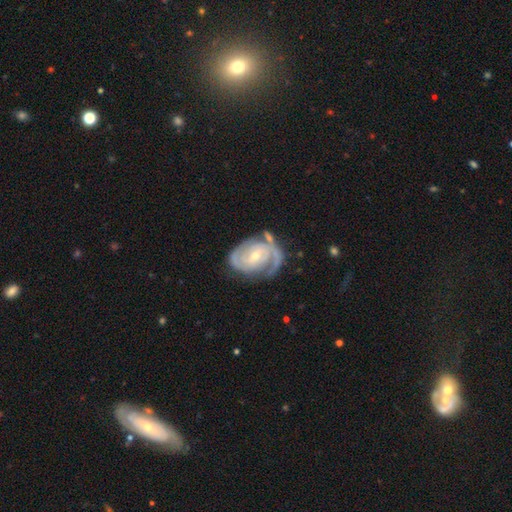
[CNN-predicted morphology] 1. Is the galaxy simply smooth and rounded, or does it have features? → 88% featured or disk, 8% smooth, 5% star or artifact.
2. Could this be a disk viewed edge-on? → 97% no, 3% yes.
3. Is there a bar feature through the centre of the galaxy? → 50% no, 37% weak, 13% strong.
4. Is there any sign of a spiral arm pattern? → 96% yes, 4% no.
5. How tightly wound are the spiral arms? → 56% tight, 36% medium, 8% loose.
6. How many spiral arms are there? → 71% 2, 11% can't tell, 9% 3, 5% 1, 2% 4, 2% more than 4.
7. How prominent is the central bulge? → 61% small, 36% moderate, 1% large, 1% none, 1% dominant.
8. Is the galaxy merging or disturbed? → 63% none, 21% minor disturbance, 10% major disturbance, 6% merger.